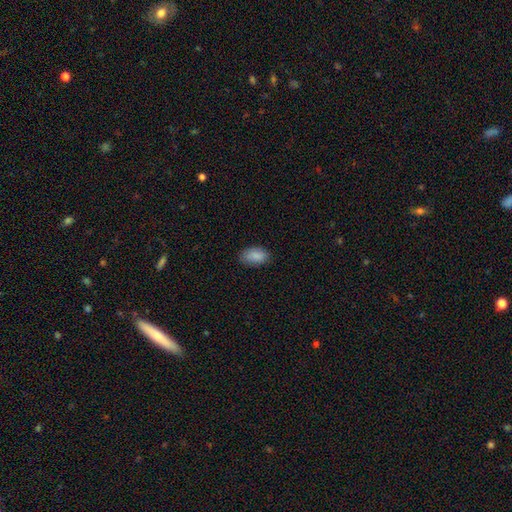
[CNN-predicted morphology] Smooth or featured?
  - smooth: 89% *
  - star or artifact: 7%
  - featured or disk: 4%
How rounded?
  - in between: 93% *
  - round: 5%
  - cigar-shaped: 2%
Merging?
  - none: 82% *
  - minor disturbance: 14%
  - major disturbance: 3%
  - merger: 1%